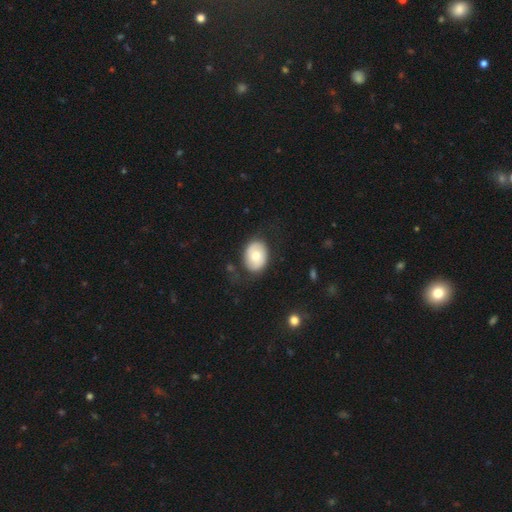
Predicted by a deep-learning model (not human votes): Q: Smooth or featured?
A: smooth (67%); runner-up: featured or disk (26%)
Q: How rounded?
A: in between (70%); runner-up: round (30%)
Q: Merging?
A: none (77%); runner-up: minor disturbance (15%)